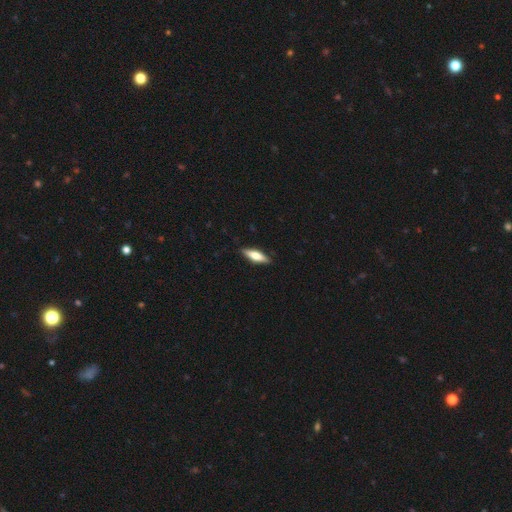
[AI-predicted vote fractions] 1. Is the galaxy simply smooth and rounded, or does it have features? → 60% smooth, 34% featured or disk, 6% star or artifact.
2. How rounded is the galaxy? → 56% cigar-shaped, 42% in between, 2% round.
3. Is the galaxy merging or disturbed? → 88% none, 9% minor disturbance, 2% major disturbance, 1% merger.